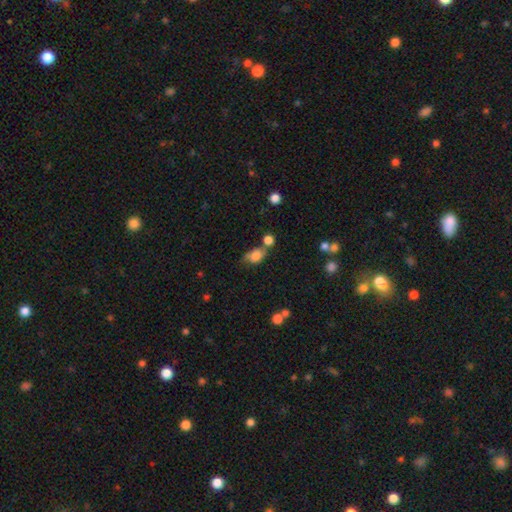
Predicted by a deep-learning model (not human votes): Overall: smooth (79%). How rounded: in between (77%). Merging: none (39%; merger 27%).